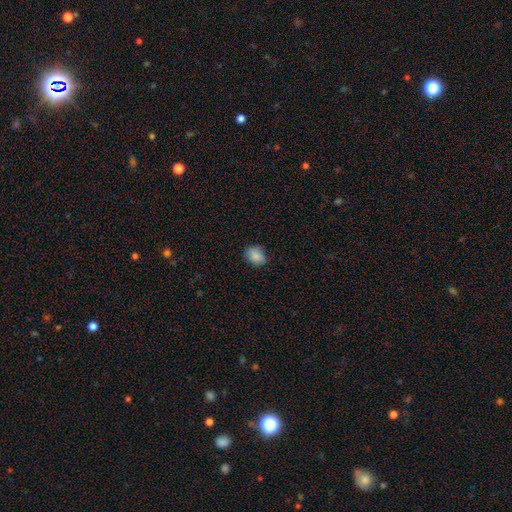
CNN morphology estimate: This is clearly a smooth galaxy (86%). How rounded: likely in between (60%). Merging: likely none (75%).